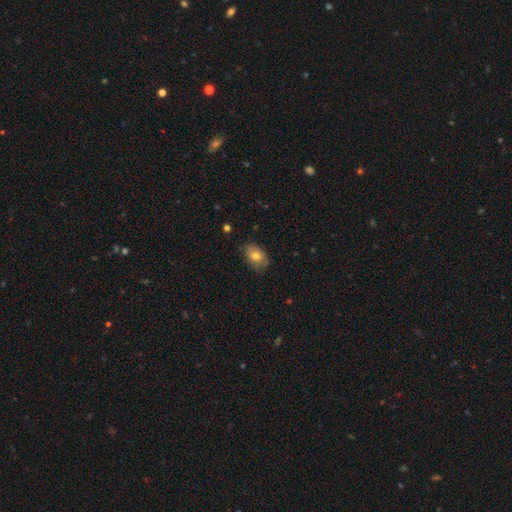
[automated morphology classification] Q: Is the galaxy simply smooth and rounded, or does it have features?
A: smooth — 75%.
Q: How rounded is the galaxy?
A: in between — 80%.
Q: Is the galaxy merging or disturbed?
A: none — 75%.